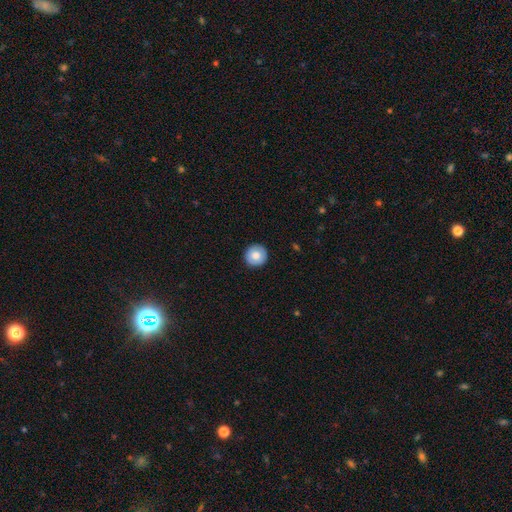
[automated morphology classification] type=smooth (78%); roundness=round (95%); merging=none (92%).